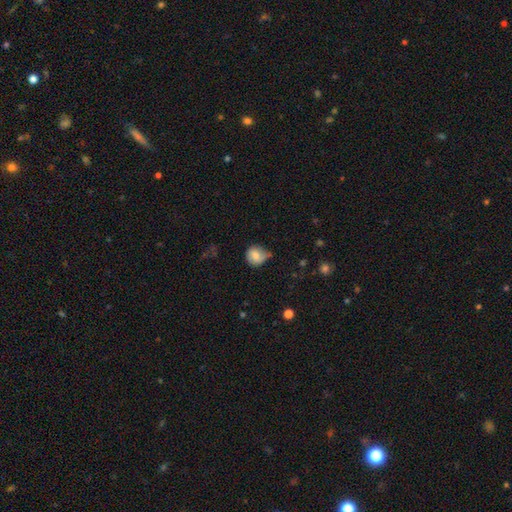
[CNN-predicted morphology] This appears to be a smooth galaxy with no disk features (74%) that is round (83%). Merging: none (52%).